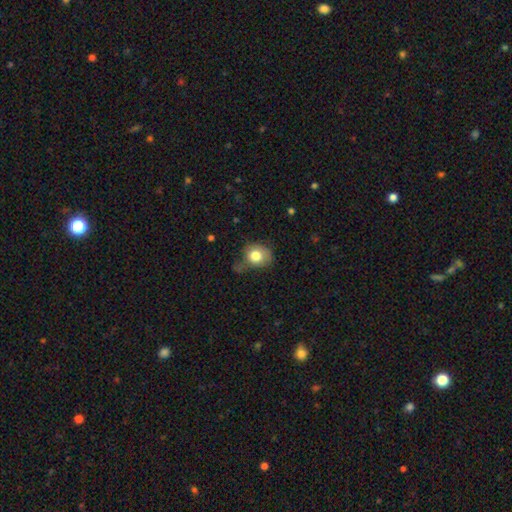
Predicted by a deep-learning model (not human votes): Smooth or featured?
  - smooth: 79% *
  - featured or disk: 12%
  - star or artifact: 9%
How rounded?
  - round: 62% *
  - in between: 37%
  - cigar-shaped: 1%
Merging?
  - none: 52% *
  - minor disturbance: 31%
  - major disturbance: 12%
  - merger: 6%